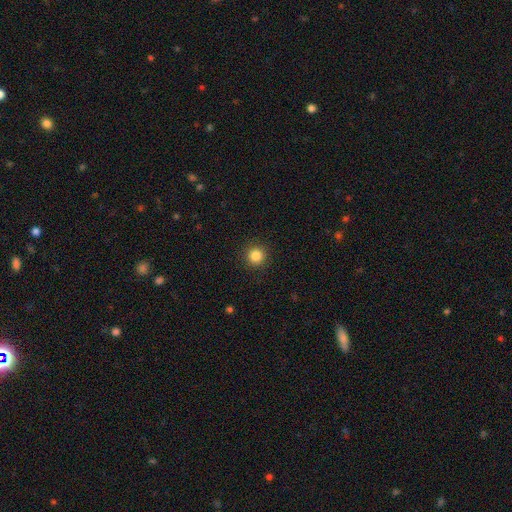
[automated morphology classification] Smooth or featured?
  - smooth: 85% *
  - star or artifact: 11%
  - featured or disk: 4%
How rounded?
  - round: 95% *
  - in between: 4%
  - cigar-shaped: 1%
Merging?
  - none: 92% *
  - minor disturbance: 5%
  - major disturbance: 2%
  - merger: 1%